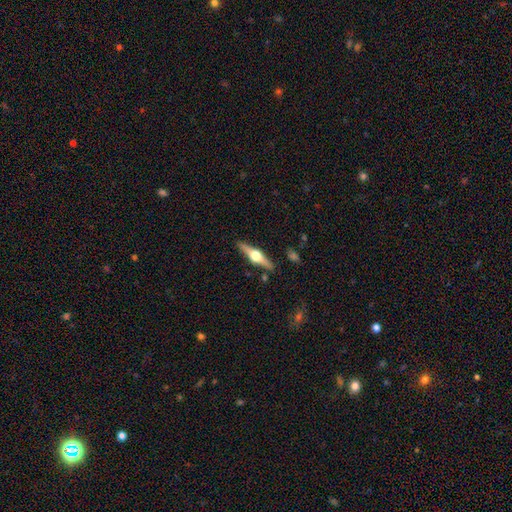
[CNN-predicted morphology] A featured or disk galaxy (78%) viewed edge-on (98%) with a rounded central bulge (96%).

Vote fractions:
- Smooth or featured? featured or disk: 78% / smooth: 17% / star or artifact: 5%
- Edge-on disk? yes: 98% / no: 2%
- Edge-on bulge? rounded: 96% / boxy: 3% / none: 1%
- Merging? none: 89% / minor disturbance: 7% / merger: 2% / major disturbance: 2%